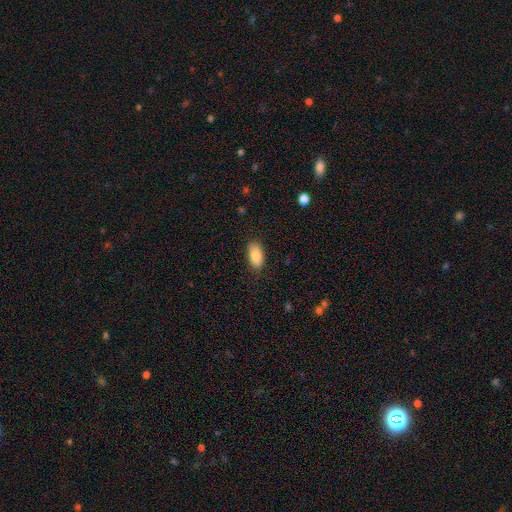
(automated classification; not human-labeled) smooth 87%, star or artifact 7%, featured or disk 6%. Down the decision tree: how rounded — in between (93%); merging — none (83%).